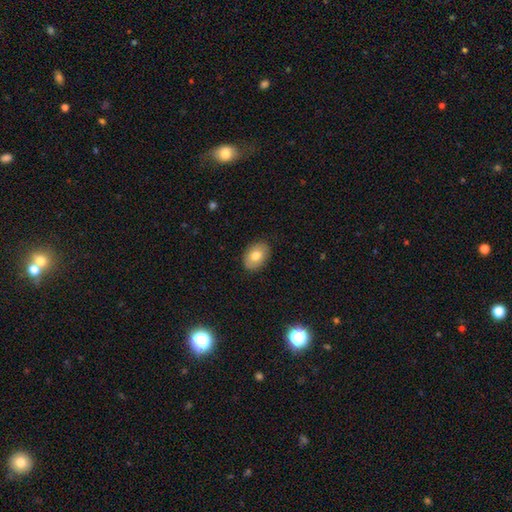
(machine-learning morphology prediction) Q: Smooth or featured?
A: smooth (77%); runner-up: featured or disk (16%)
Q: How rounded?
A: in between (84%); runner-up: round (15%)
Q: Merging?
A: none (88%); runner-up: minor disturbance (9%)